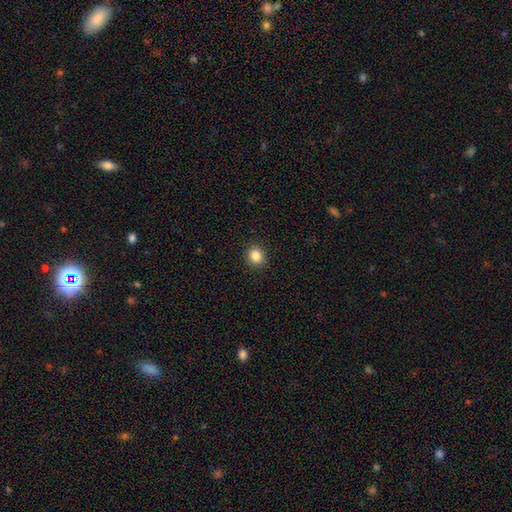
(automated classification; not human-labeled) A smooth galaxy with no disk features (85%) that is round (75%).

Vote fractions:
- Smooth or featured? smooth: 85% / star or artifact: 10% / featured or disk: 4%
- How rounded? round: 75% / in between: 24% / cigar-shaped: 1%
- Merging? none: 91% / minor disturbance: 6% / major disturbance: 2% / merger: 1%